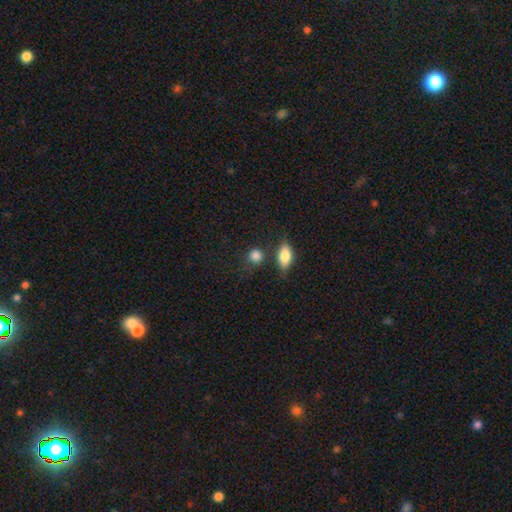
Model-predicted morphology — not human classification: Q: Smooth or featured?
A: smooth (85%); runner-up: star or artifact (10%)
Q: How rounded?
A: round (76%); runner-up: in between (21%)
Q: Merging?
A: none (71%); runner-up: minor disturbance (13%)